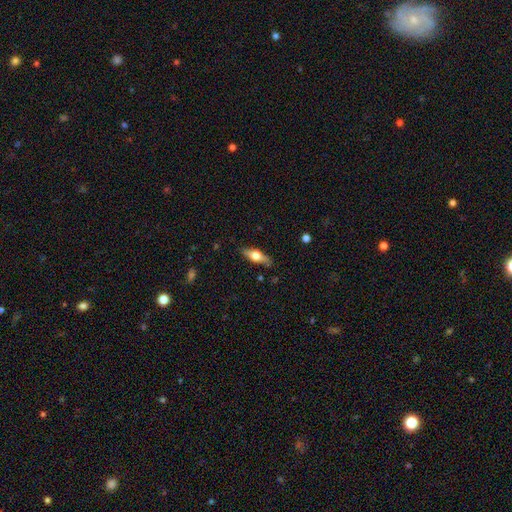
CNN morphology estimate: Smooth or featured?
  - smooth: 48% *
  - featured or disk: 46%
  - star or artifact: 6%
Merging?
  - none: 84% *
  - minor disturbance: 12%
  - major disturbance: 3%
  - merger: 1%